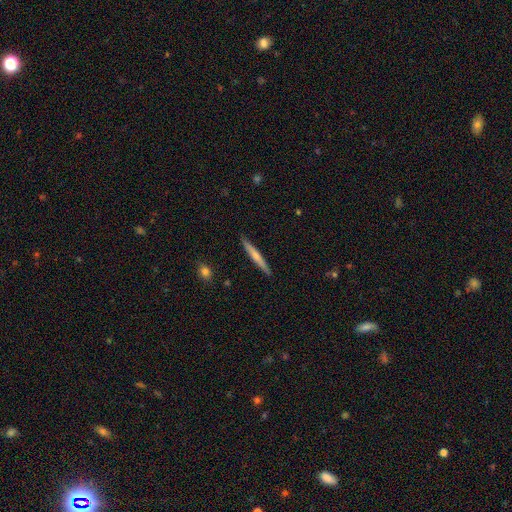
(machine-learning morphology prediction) Smooth or featured: smooth — 55% (featured or disk — 39%)
How rounded: cigar-shaped — 96% (in between — 3%)
Merging: none — 90% (minor disturbance — 7%)